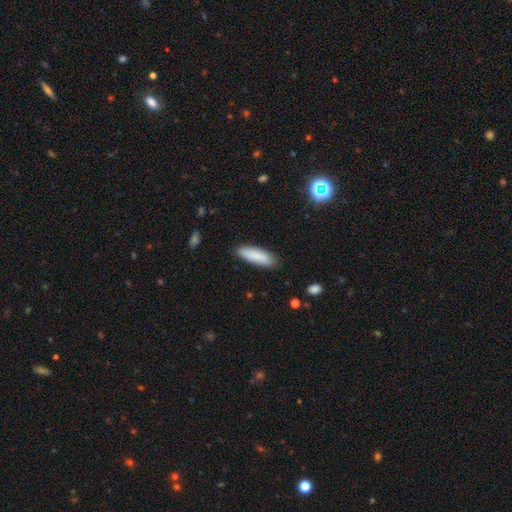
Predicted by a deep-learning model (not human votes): Morphology: type=smooth (87%); roundness=cigar-shaped (55%); merging=none (86%).